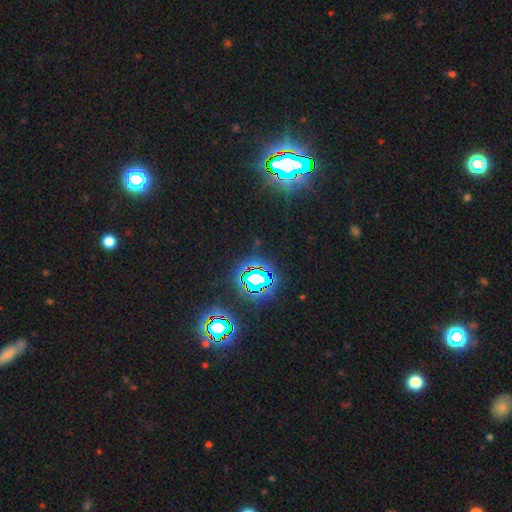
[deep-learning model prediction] This appears to be a star or artifact, not a galaxy (82%).